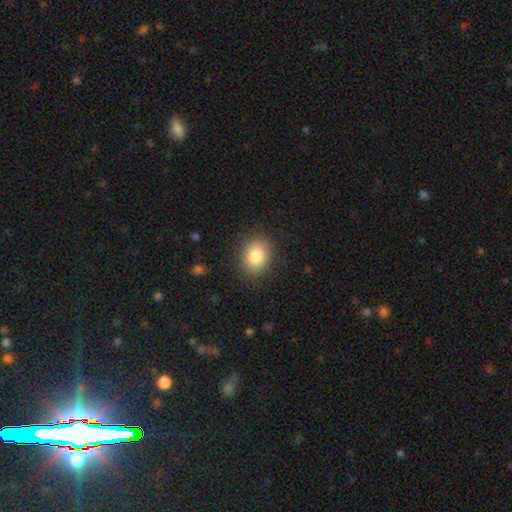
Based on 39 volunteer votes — A smooth galaxy with no disk features (82%) that is in between round and cigar-shaped (78%). Merging: none (83%).